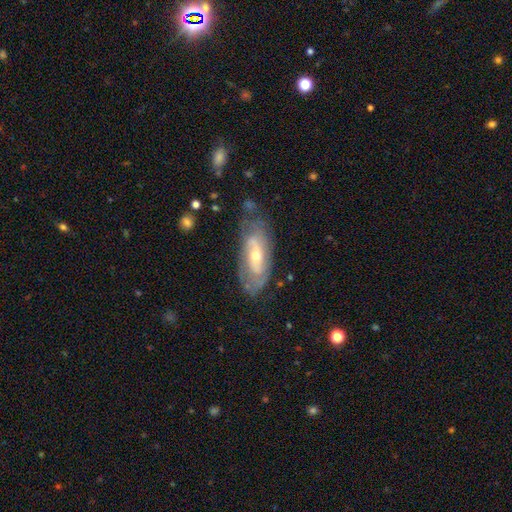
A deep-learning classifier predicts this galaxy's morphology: This is likely a featured or disk galaxy (72%). It is clearly not viewed edge-on (86%). Bar: possibly no (50%). Spiral arm pattern: likely yes (72%). Central bulge: possibly moderate (50%). Merging: likely none (68%).